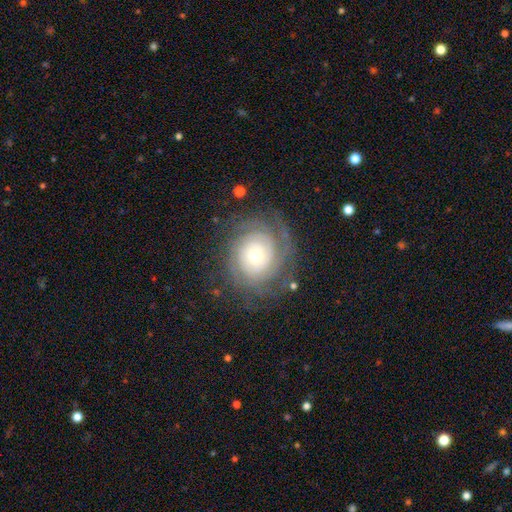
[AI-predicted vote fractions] The model was most divided on "bulge size": moderate: 48%, small: 42%, large: 7%, dominant: 1%, none: 1%. Remaining: edge-on disk — no (97%); spiral arms — yes (94%); bar — no (81%); smooth or featured — featured or disk (80%); spiral winding — tight (79%); merging — none (77%); spiral arm count — can't tell (38%).